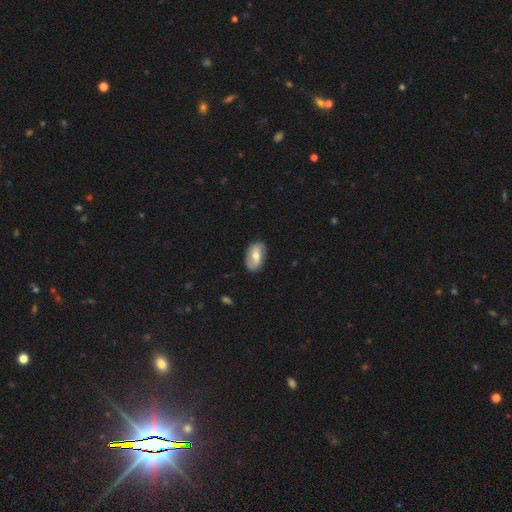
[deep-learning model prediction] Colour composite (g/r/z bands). It shows a featured or disk galaxy (51%). Merging: none (82%).